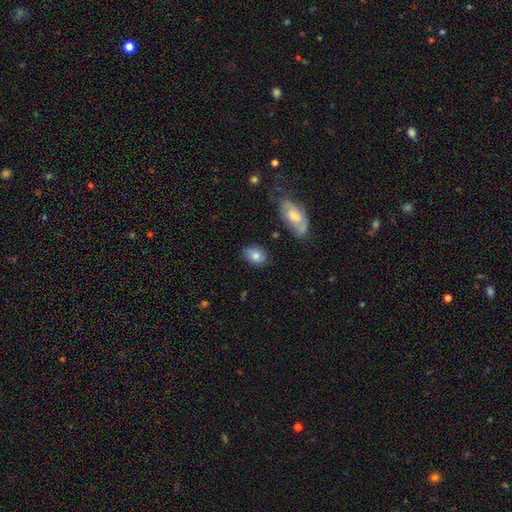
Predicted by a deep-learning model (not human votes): Q: Smooth or featured?
A: smooth (76%); runner-up: featured or disk (16%)
Q: How rounded?
A: in between (70%); runner-up: round (28%)
Q: Merging?
A: none (75%); runner-up: minor disturbance (18%)